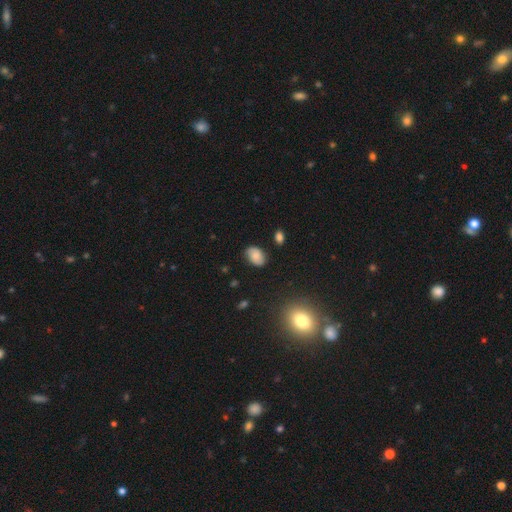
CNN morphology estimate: smooth 71%, featured or disk 19%, star or artifact 10%. Down the decision tree: how rounded — in between (85%); merging — none (80%).